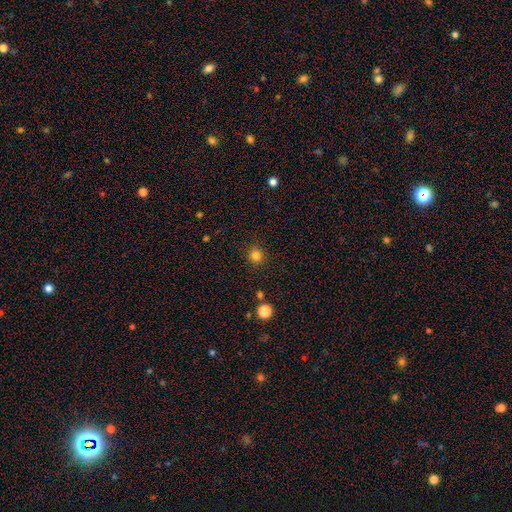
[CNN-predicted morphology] Smooth or featured? Predicted: smooth (p=0.82). How rounded? Predicted: round (p=0.91). Merging? Predicted: none (p=0.90).